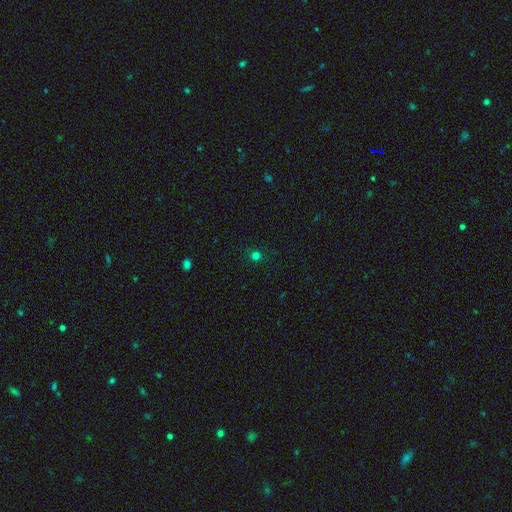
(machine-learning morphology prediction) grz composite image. It shows a smooth galaxy with no disk features (73%) that is round (94%). Merging: none (90%).